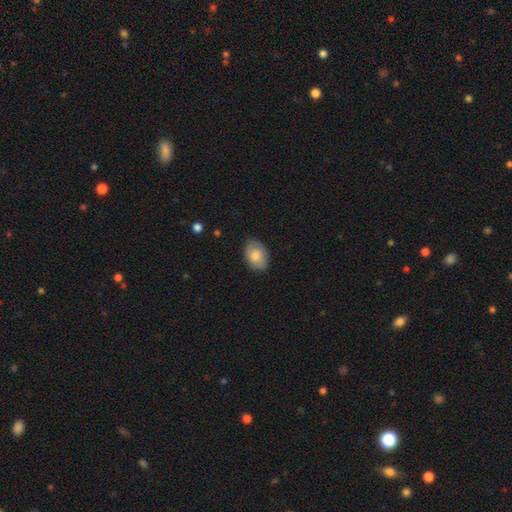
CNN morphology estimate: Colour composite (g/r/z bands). It shows a smooth galaxy with no disk features (72%) that is in between round and cigar-shaped (83%). Merging: none (79%).